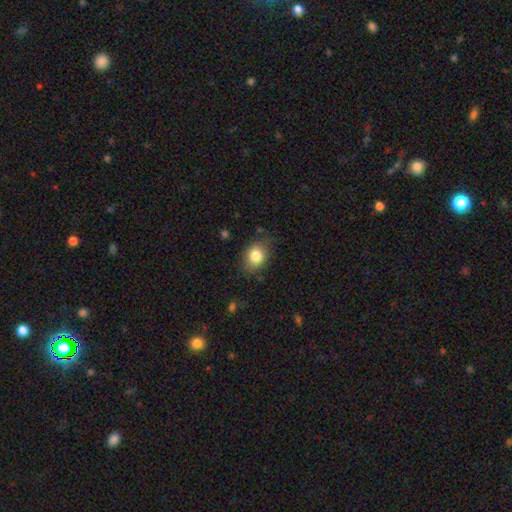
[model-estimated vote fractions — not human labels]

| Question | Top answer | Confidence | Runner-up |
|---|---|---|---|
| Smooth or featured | smooth | 83% | star or artifact (9%) |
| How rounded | in between | 57% | round (42%) |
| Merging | none | 78% | minor disturbance (16%) |